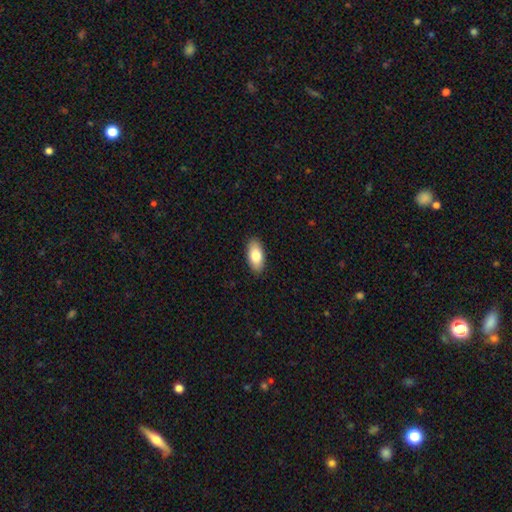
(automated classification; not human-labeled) Overall: smooth (81%). How rounded: in between (92%). Merging: none (90%).